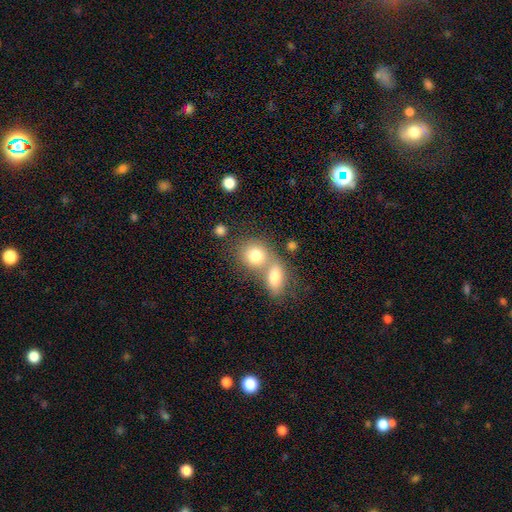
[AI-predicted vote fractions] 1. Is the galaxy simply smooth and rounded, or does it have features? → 80% smooth, 12% featured or disk, 8% star or artifact.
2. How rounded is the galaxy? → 62% round, 37% in between, 2% cigar-shaped.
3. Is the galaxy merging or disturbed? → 55% merger, 33% none, 8% minor disturbance, 4% major disturbance.